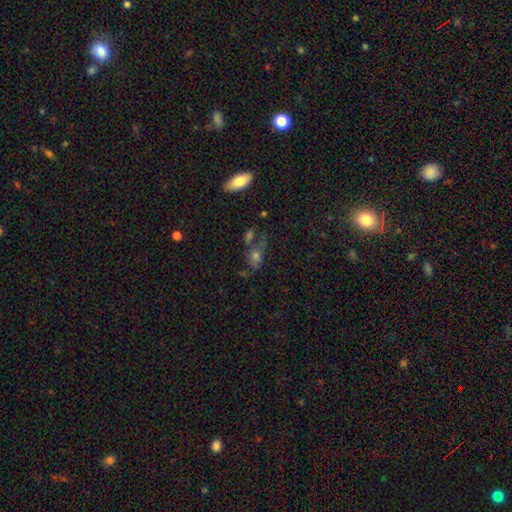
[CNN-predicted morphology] This appears to be a smooth galaxy with no disk features (48%). Merging: none (46%).